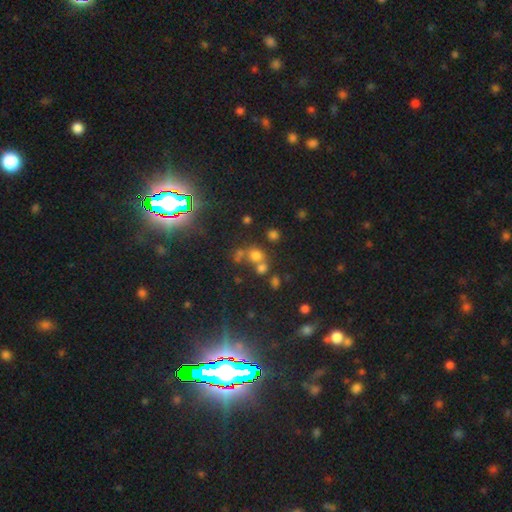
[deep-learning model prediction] The model was most divided on "merging": none: 51%, merger: 34%, minor disturbance: 9%, major disturbance: 6%. More confident: how rounded — round (80%); smooth or featured — smooth (62%).